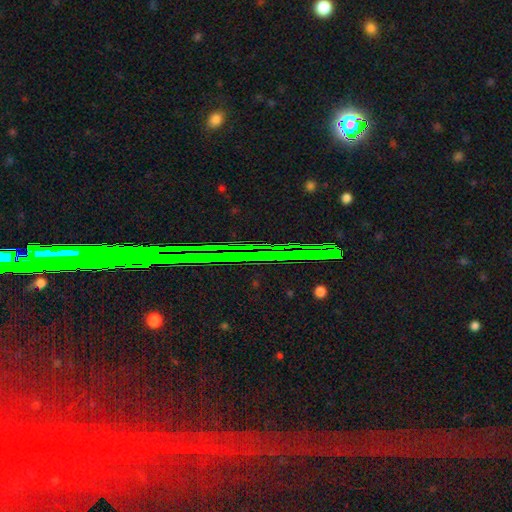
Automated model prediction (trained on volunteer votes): Smooth or featured? star or artifact (82%)